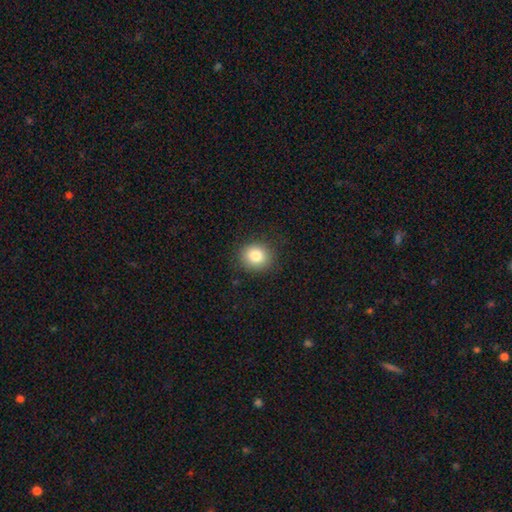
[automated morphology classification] This appears to be a smooth galaxy with no disk features (83%) that is round (80%). Merging: none (87%).